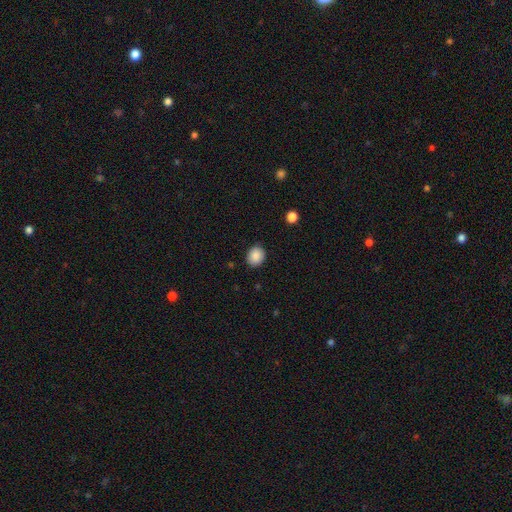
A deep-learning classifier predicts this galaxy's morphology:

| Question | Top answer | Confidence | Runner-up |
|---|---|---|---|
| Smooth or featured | smooth | 87% | star or artifact (8%) |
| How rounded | round | 65% | in between (34%) |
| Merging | none | 88% | minor disturbance (8%) |